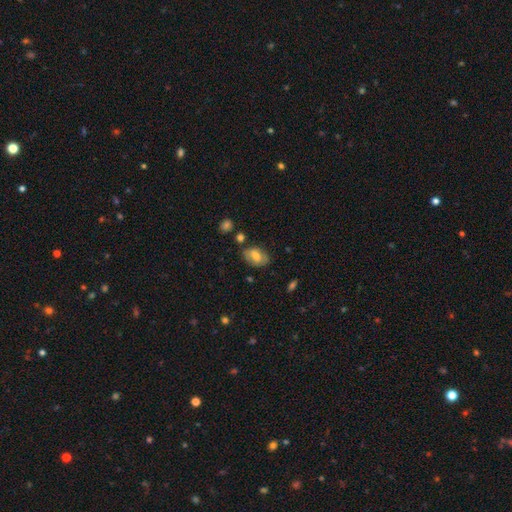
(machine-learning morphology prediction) smooth-or-featured: smooth: 62% | featured or disk: 30% | star or artifact: 8%
  how-rounded: in between: 87% | round: 11% | cigar-shaped: 2%
  merging: none: 71% | minor disturbance: 19% | major disturbance: 6% | merger: 4%